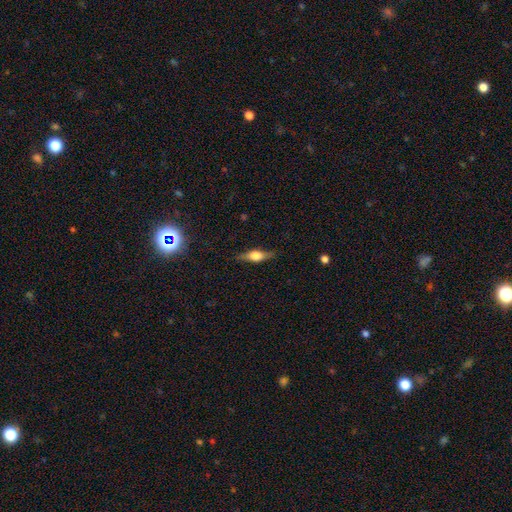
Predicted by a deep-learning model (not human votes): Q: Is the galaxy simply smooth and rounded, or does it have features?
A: featured or disk — 59%.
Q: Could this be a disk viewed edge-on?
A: yes — 94%.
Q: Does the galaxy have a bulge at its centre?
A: rounded — 90%.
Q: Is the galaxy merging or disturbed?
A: none — 84%.